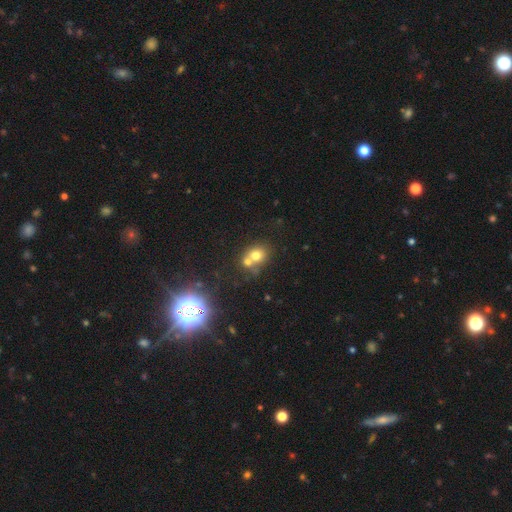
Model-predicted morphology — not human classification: Overall: smooth (69%). How rounded: round (69%; in between 30%). Merging: merger (52%; none 37%).